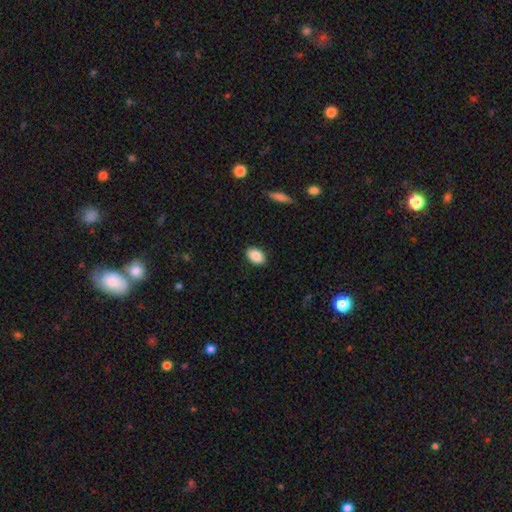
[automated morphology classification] Smooth or featured? smooth (88%)
How rounded? in between (90%)
Merging? none (88%)